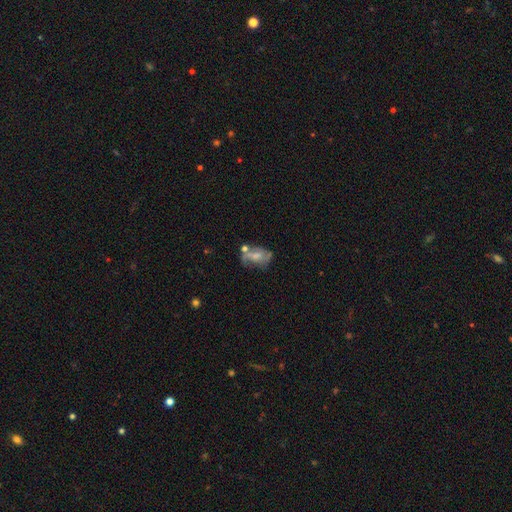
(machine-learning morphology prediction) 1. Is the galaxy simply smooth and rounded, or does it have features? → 52% featured or disk, 38% smooth, 10% star or artifact.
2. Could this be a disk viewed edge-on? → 95% no, 5% yes.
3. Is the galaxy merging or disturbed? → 35% none, 23% minor disturbance, 22% major disturbance, 19% merger.